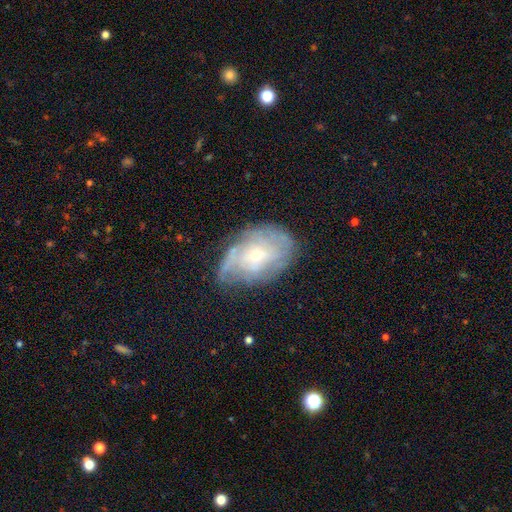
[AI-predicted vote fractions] The model was most divided on "merging": none: 58%, minor disturbance: 27%, major disturbance: 13%, merger: 2%. More confident: edge-on disk — no (95%); spiral arms — yes (75%); bar — no (72%); smooth or featured — featured or disk (70%); bulge size — small (65%).